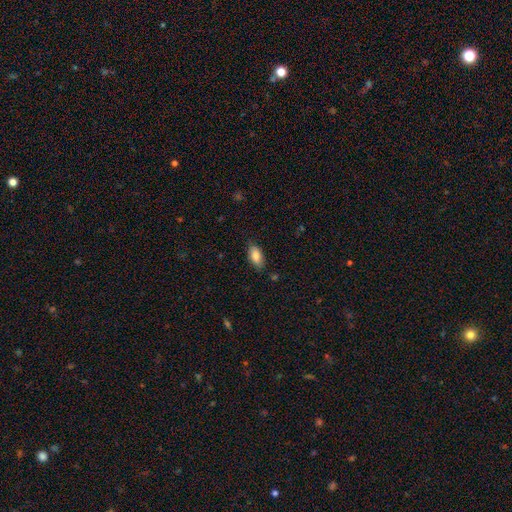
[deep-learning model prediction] smooth 84%, featured or disk 9%, star or artifact 7%. Down the decision tree: how rounded — in between (92%); merging — none (82%).